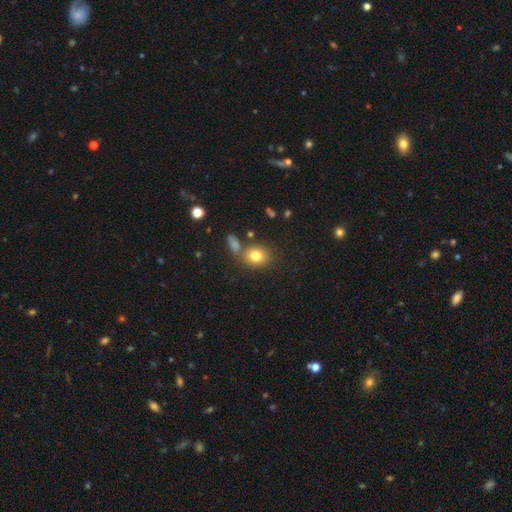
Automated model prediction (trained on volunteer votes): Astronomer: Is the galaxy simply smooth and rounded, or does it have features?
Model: smooth — 78%.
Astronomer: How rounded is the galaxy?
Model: round — 61% (runner-up: in between, 38%).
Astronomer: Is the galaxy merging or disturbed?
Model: none — 68%.